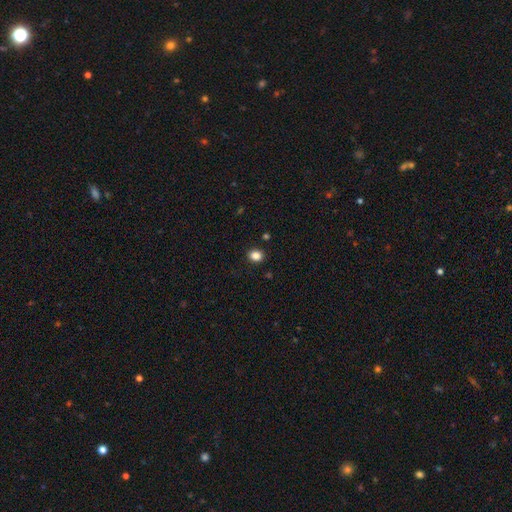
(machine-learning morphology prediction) This is clearly a smooth galaxy (85%). How rounded: likely round (62%). Merging: clearly none (90%).